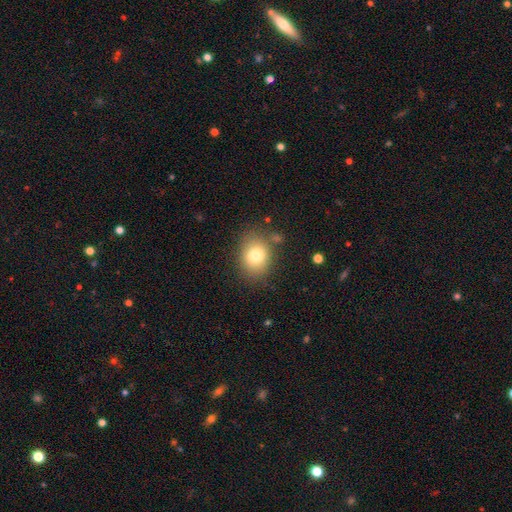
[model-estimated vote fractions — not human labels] Smooth or featured?
  - smooth: 77% *
  - featured or disk: 12%
  - star or artifact: 11%
How rounded?
  - round: 51% *
  - in between: 48%
  - cigar-shaped: 1%
Merging?
  - none: 78% *
  - minor disturbance: 14%
  - major disturbance: 5%
  - merger: 4%